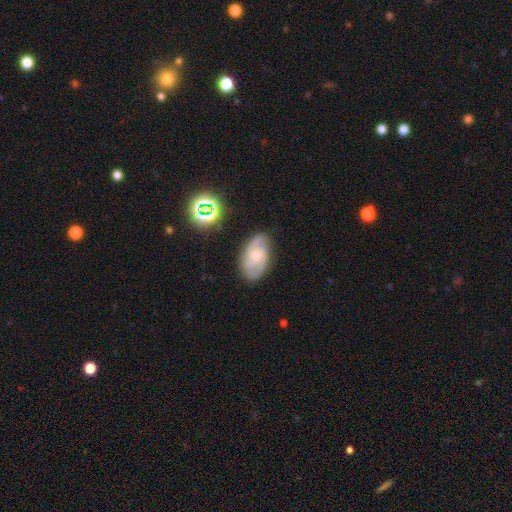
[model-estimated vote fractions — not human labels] A featured or disk galaxy (79%) with no bar (59%), 2 (57%) medium (47%) spiral arms (96%) and a small central bulge (49%). Merging: none (77%).